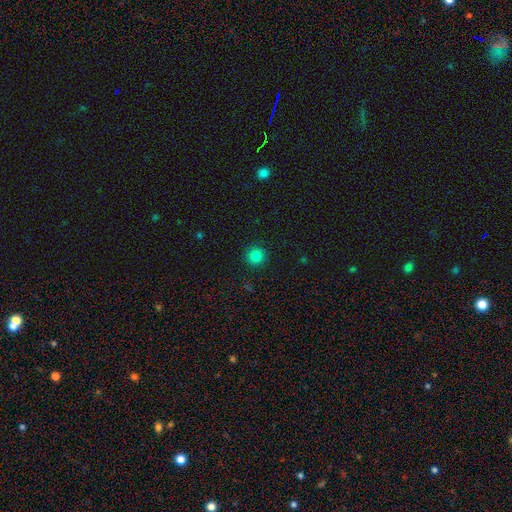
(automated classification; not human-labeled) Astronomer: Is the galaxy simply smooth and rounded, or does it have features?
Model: smooth — 82%.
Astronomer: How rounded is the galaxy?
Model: round — 95%.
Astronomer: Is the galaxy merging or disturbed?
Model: none — 92%.